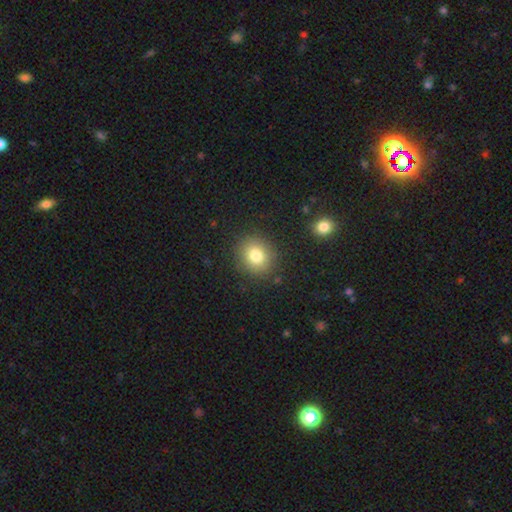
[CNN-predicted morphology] smooth 81%, star or artifact 11%, featured or disk 8%. Down the decision tree: how rounded — round (76%); merging — none (88%).